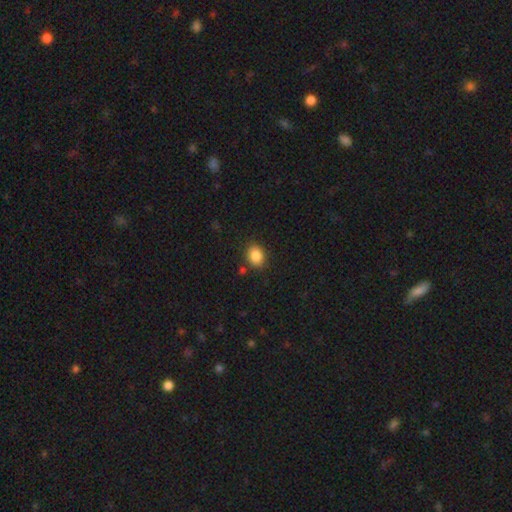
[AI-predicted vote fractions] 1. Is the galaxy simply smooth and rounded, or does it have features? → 86% smooth, 9% star or artifact, 5% featured or disk.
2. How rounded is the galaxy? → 57% in between, 42% round, 1% cigar-shaped.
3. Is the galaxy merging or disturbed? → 83% none, 11% minor disturbance, 3% merger, 3% major disturbance.